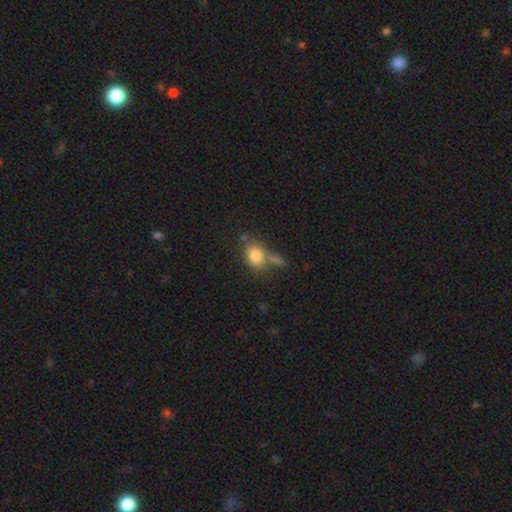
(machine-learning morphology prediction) Smooth or featured? smooth (80%)
How rounded? in between (55%)
Merging? none (53%)